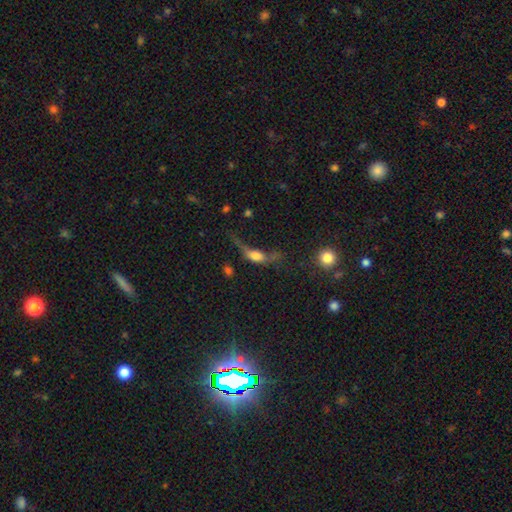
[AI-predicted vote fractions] smooth-or-featured: smooth: 53% | featured or disk: 34% | star or artifact: 13%
  how-rounded: in between: 62% | cigar-shaped: 26% | round: 12%
  merging: major disturbance: 51% | none: 23% | minor disturbance: 18% | merger: 9%